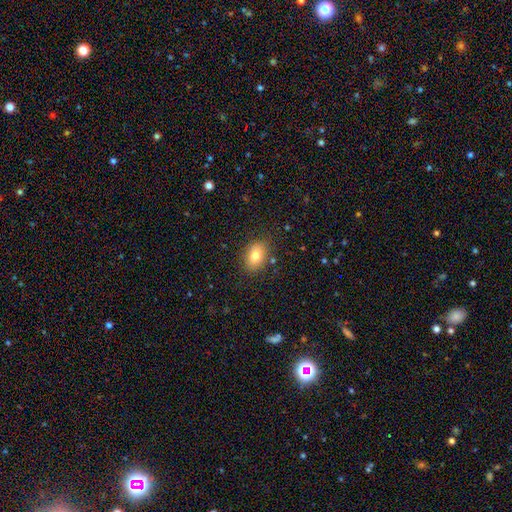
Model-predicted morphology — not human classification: Smooth or featured: smooth — 78% (featured or disk — 12%)
How rounded: in between — 79% (round — 19%)
Merging: none — 84% (minor disturbance — 12%)